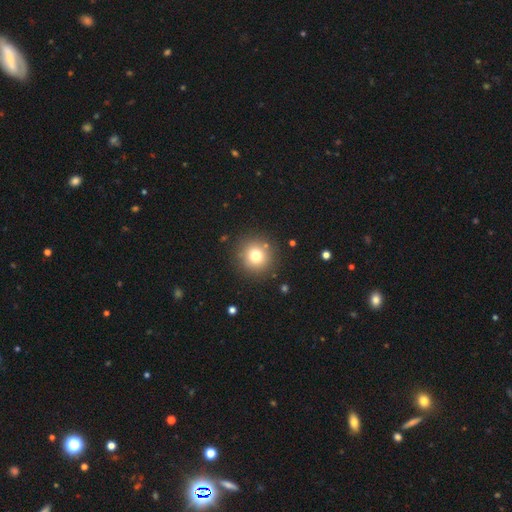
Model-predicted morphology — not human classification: A smooth galaxy with no disk features (75%) that is round (94%).

Vote fractions:
- Smooth or featured? smooth: 75% / star or artifact: 14% / featured or disk: 11%
- How rounded? round: 94% / in between: 5% / cigar-shaped: 1%
- Merging? none: 88% / minor disturbance: 7% / major disturbance: 3% / merger: 2%